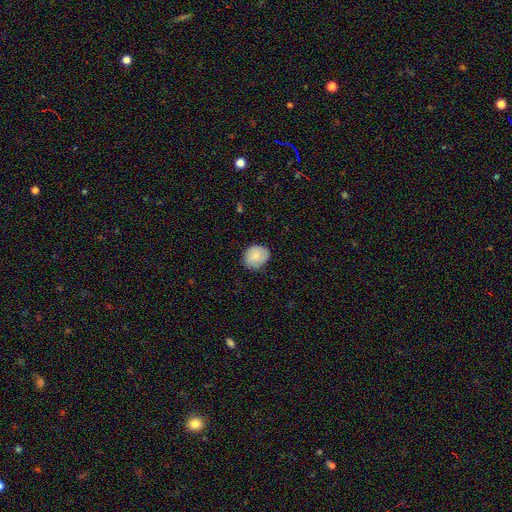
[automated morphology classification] Overall: smooth (82%). How rounded: round (61%; in between 39%). Merging: none (76%).